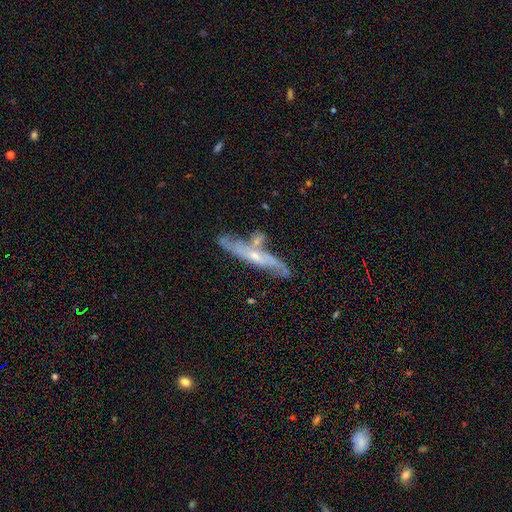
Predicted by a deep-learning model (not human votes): A featured or disk galaxy (71%) viewed edge-on (63%).

Vote fractions:
- Smooth or featured? featured or disk: 71% / smooth: 23% / star or artifact: 6%
- Edge-on disk? yes: 63% / no: 37%
- Merging? none: 61% / minor disturbance: 19% / merger: 14% / major disturbance: 5%